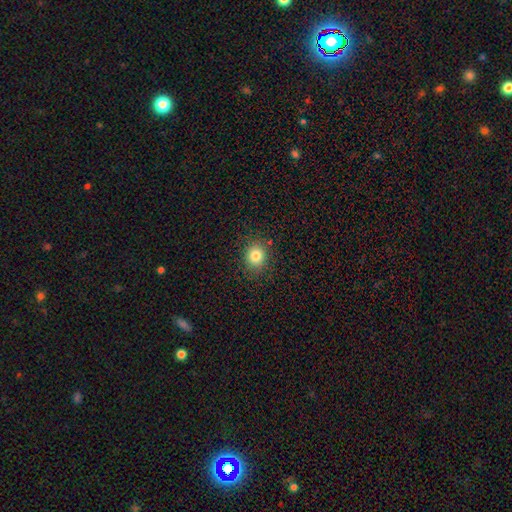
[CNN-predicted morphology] This is clearly a smooth galaxy (81%). How rounded: likely round (74%). Merging: clearly none (86%).